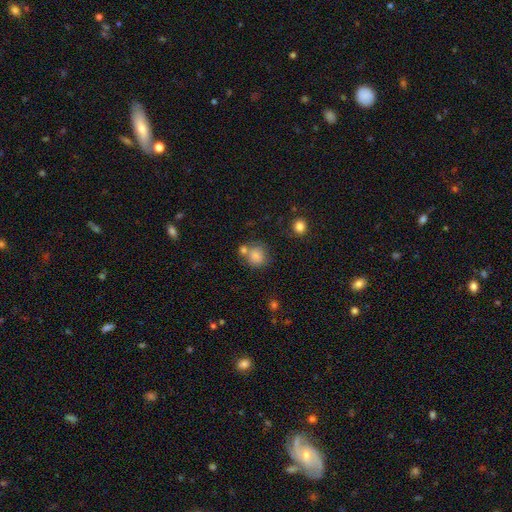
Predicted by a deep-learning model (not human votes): Smooth or featured? Predicted: smooth (p=0.84). How rounded? Predicted: round (p=0.81). Merging? Predicted: none (p=0.56).